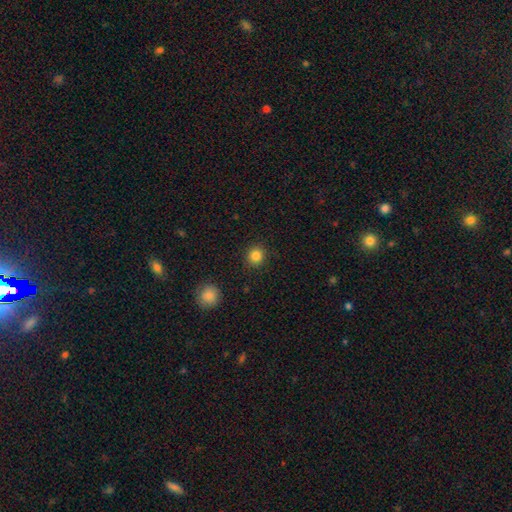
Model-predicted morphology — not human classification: Q: Smooth or featured?
A: smooth (85%); runner-up: star or artifact (11%)
Q: How rounded?
A: round (89%); runner-up: in between (10%)
Q: Merging?
A: none (91%); runner-up: minor disturbance (6%)